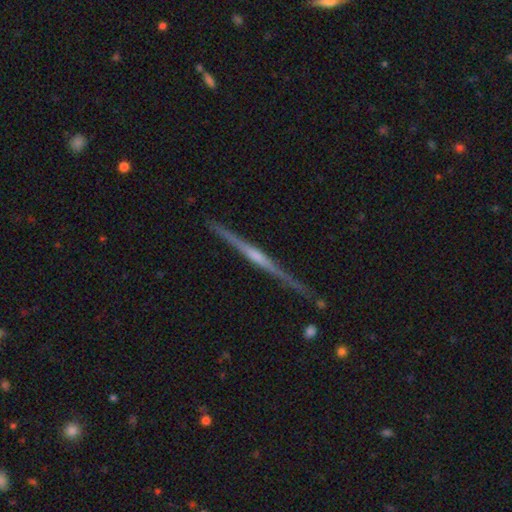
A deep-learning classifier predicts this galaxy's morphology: The model was most divided on "edge-on bulge": rounded: 62%, none: 26%, boxy: 11%. More confident: edge-on disk — yes (98%); merging — none (88%); smooth or featured — featured or disk (83%).